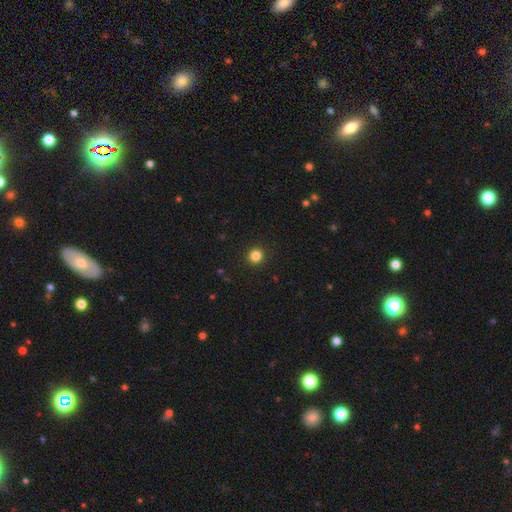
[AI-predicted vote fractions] A smooth galaxy with no disk features (84%) that is round (92%). Merging: none (93%).